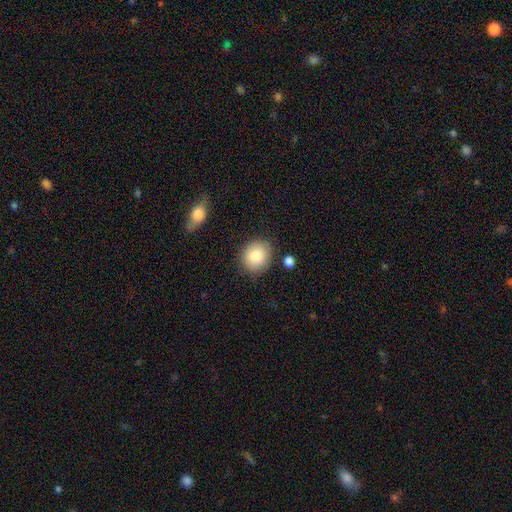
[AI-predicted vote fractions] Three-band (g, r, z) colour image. It shows a smooth galaxy with no disk features (85%) that is round (78%). Merging: none (83%).